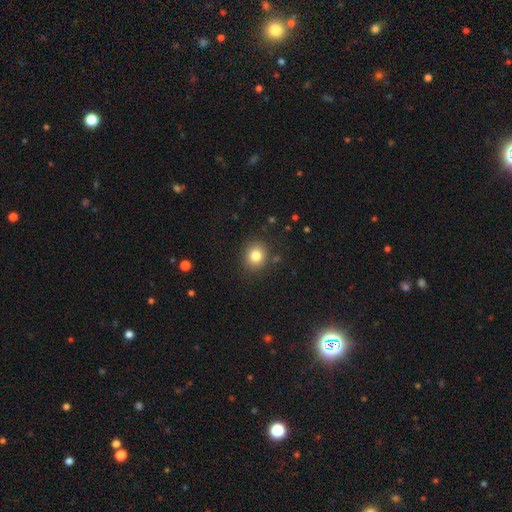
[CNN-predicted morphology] Smooth or featured? Predicted: smooth (p=0.81). How rounded? Predicted: round (p=0.77). Merging? Predicted: none (p=0.87).